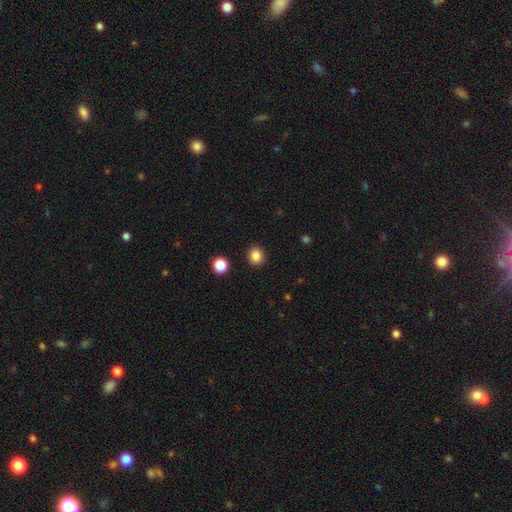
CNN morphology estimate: smooth 85%, star or artifact 11%, featured or disk 4%. Down the decision tree: how rounded — round (83%); merging — none (92%).